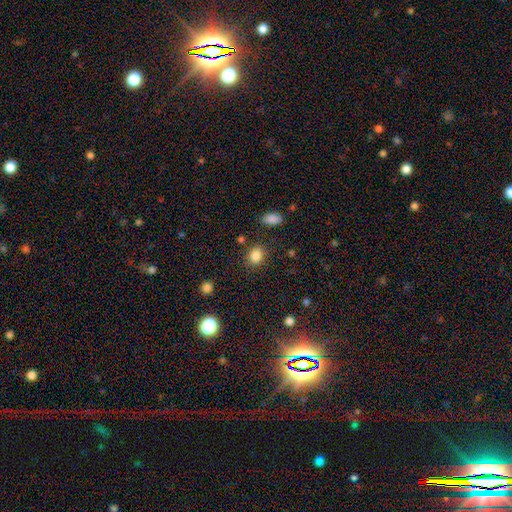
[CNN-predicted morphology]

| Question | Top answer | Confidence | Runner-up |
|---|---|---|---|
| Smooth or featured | smooth | 85% | star or artifact (10%) |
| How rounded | round | 55% | in between (44%) |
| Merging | none | 81% | minor disturbance (11%) |